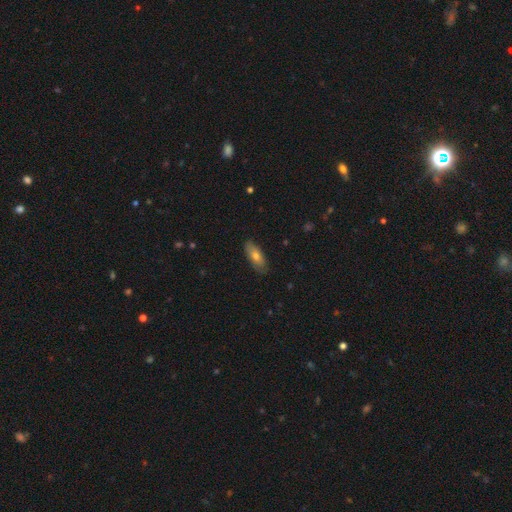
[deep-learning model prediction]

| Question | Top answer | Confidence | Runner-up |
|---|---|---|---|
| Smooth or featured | smooth | 68% | featured or disk (25%) |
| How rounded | in between | 77% | cigar-shaped (20%) |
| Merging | none | 82% | minor disturbance (15%) |